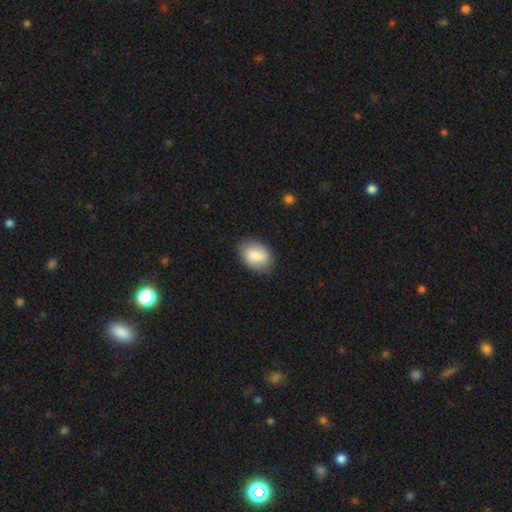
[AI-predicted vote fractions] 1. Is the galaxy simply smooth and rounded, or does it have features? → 81% smooth, 13% featured or disk, 6% star or artifact.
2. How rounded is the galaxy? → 83% in between, 16% round, 1% cigar-shaped.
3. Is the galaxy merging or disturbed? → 83% none, 13% minor disturbance, 3% major disturbance, 1% merger.